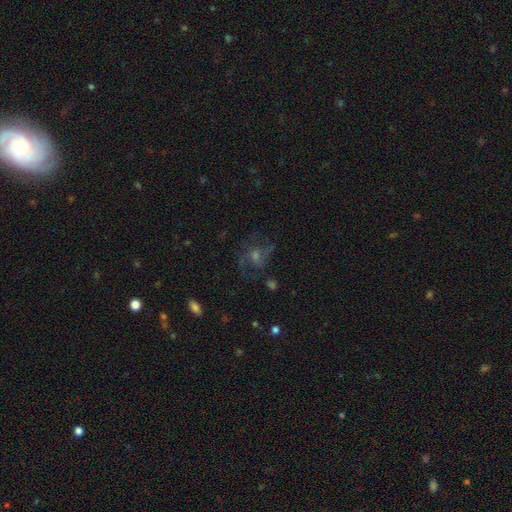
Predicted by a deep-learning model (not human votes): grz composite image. It shows a featured or disk galaxy (63%) with no bar (61%), 2 (49%) medium (52%) spiral arms (85%) and a moderate central bulge (45%). Merging: none (66%).